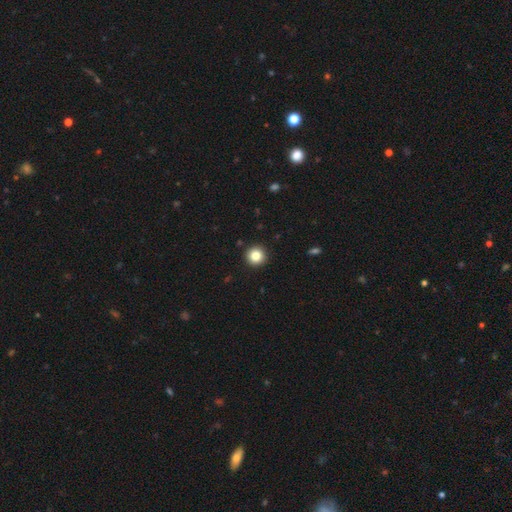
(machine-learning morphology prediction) type=smooth (84%); roundness=round (96%); merging=none (93%).